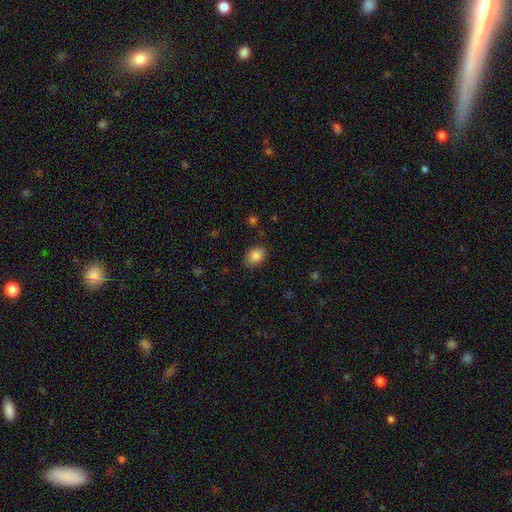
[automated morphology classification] Smooth or featured: smooth — 87% (star or artifact — 8%)
How rounded: in between — 69% (round — 30%)
Merging: none — 84% (minor disturbance — 12%)